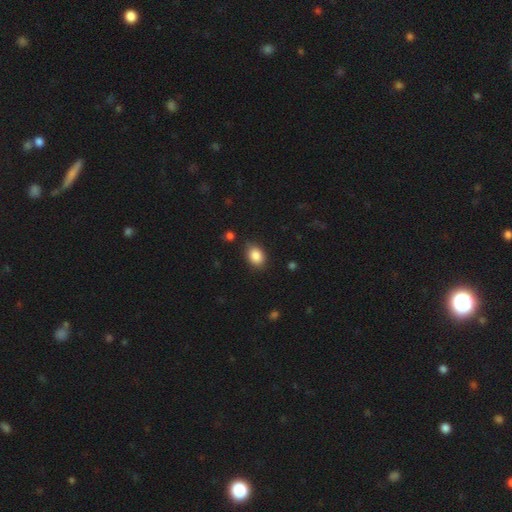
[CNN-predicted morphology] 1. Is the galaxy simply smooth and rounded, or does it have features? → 87% smooth, 8% star or artifact, 4% featured or disk.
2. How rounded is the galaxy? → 73% in between, 26% round, 1% cigar-shaped.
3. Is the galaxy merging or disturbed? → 84% none, 12% minor disturbance, 3% major disturbance, 2% merger.